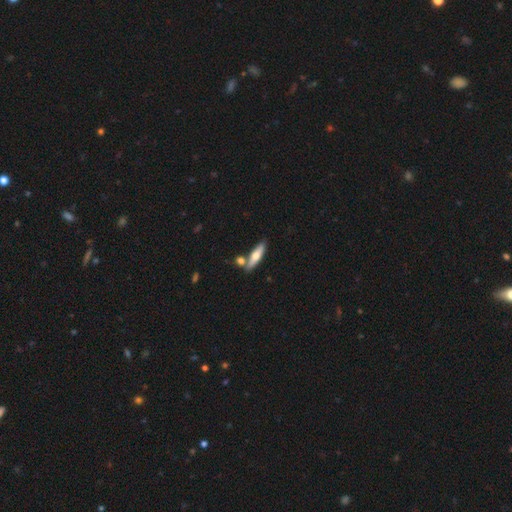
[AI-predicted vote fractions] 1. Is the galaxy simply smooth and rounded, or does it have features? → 56% smooth, 38% featured or disk, 6% star or artifact.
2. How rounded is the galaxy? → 66% cigar-shaped, 32% in between, 3% round.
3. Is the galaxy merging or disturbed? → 70% none, 17% merger, 11% minor disturbance, 3% major disturbance.